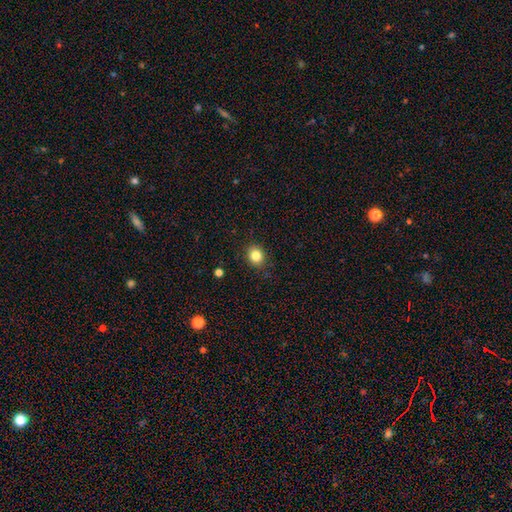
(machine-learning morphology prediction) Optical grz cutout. It shows a smooth galaxy with no disk features (83%) that is round (68%). Merging: none (88%).